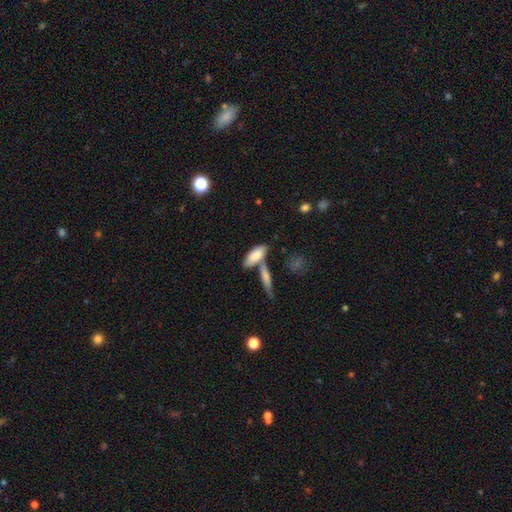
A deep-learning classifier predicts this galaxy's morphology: This is likely a smooth galaxy (78%). How rounded: likely in between (71%). Merging: possibly none (49%).